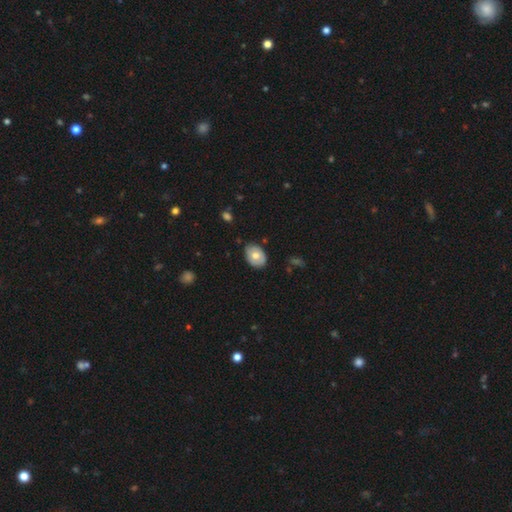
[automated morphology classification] smooth-or-featured: smooth: 66% | featured or disk: 27% | star or artifact: 6%
  how-rounded: in between: 74% | round: 25% | cigar-shaped: 1%
  merging: none: 80% | minor disturbance: 16% | major disturbance: 3% | merger: 2%